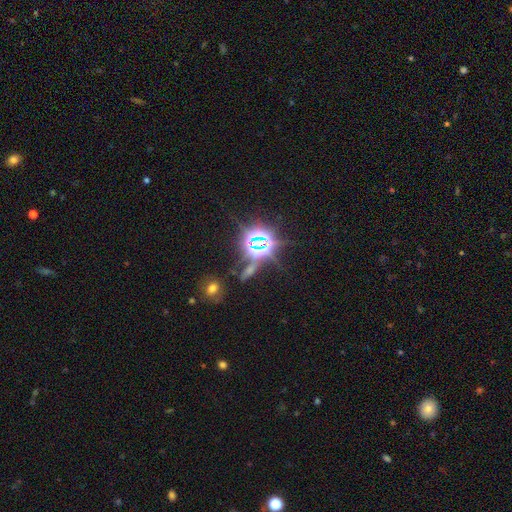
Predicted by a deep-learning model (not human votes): Smooth or featured? star or artifact (71%)